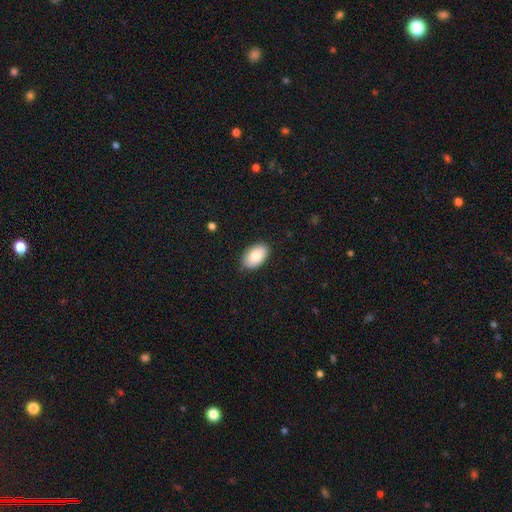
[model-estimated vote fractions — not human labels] Smooth or featured?
  - smooth: 84% *
  - featured or disk: 10%
  - star or artifact: 6%
How rounded?
  - in between: 93% *
  - round: 5%
  - cigar-shaped: 1%
Merging?
  - none: 88% *
  - minor disturbance: 10%
  - major disturbance: 2%
  - merger: 1%